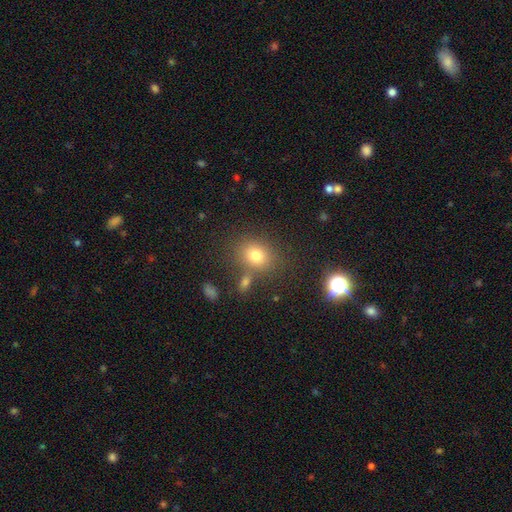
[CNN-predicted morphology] Smooth or featured? smooth (76%)
How rounded? round (60%)
Merging? none (72%)